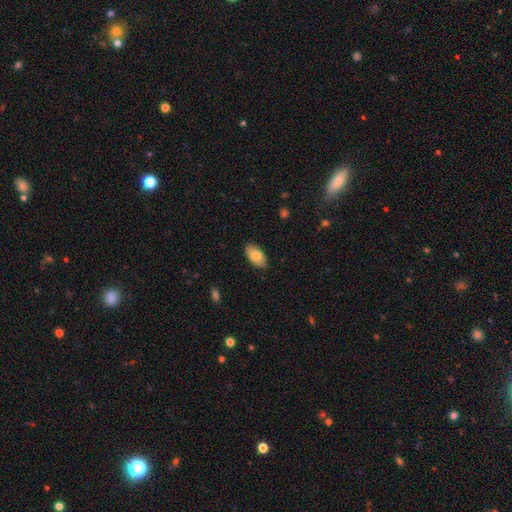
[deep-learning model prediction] Q: Smooth or featured?
A: smooth (80%); runner-up: featured or disk (14%)
Q: How rounded?
A: in between (94%); runner-up: round (3%)
Q: Merging?
A: none (87%); runner-up: minor disturbance (10%)